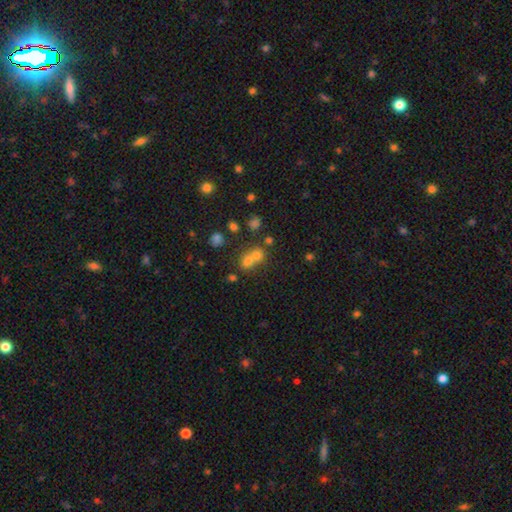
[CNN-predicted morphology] The model was most divided on "merging": merger: 58%, none: 33%, minor disturbance: 6%, major disturbance: 3%. More confident: how rounded — round (76%); smooth or featured — smooth (62%).